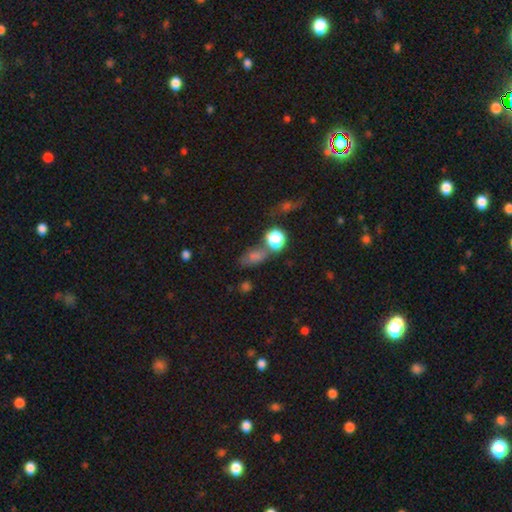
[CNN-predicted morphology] Smooth or featured?
  - smooth: 54% *
  - star or artifact: 32%
  - featured or disk: 14%
How rounded?
  - in between: 60% *
  - round: 32%
  - cigar-shaped: 8%
Merging?
  - none: 56% *
  - merger: 19%
  - minor disturbance: 16%
  - major disturbance: 9%